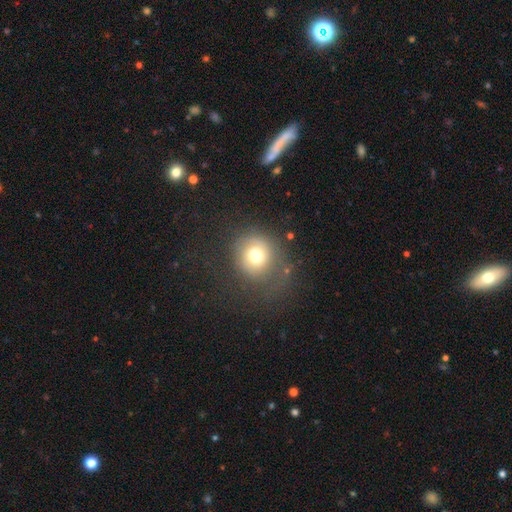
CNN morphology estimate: Q: Smooth or featured?
A: smooth (69%); runner-up: featured or disk (19%)
Q: How rounded?
A: round (85%); runner-up: in between (14%)
Q: Merging?
A: none (61%); runner-up: minor disturbance (19%)